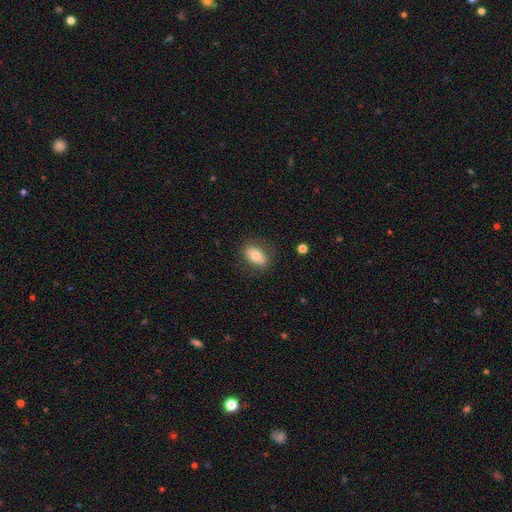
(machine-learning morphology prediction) smooth 70%, featured or disk 23%, star or artifact 8%. Down the decision tree: how rounded — in between (86%); merging — none (78%).